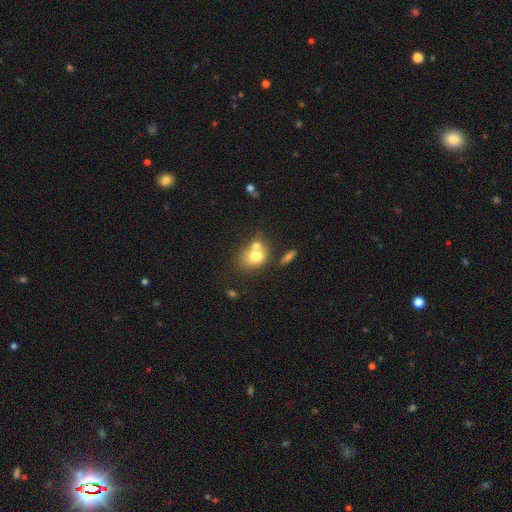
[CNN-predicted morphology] Q: Smooth or featured?
A: smooth (71%); runner-up: featured or disk (19%)
Q: How rounded?
A: round (55%); runner-up: in between (44%)
Q: Merging?
A: merger (49%); runner-up: none (36%)